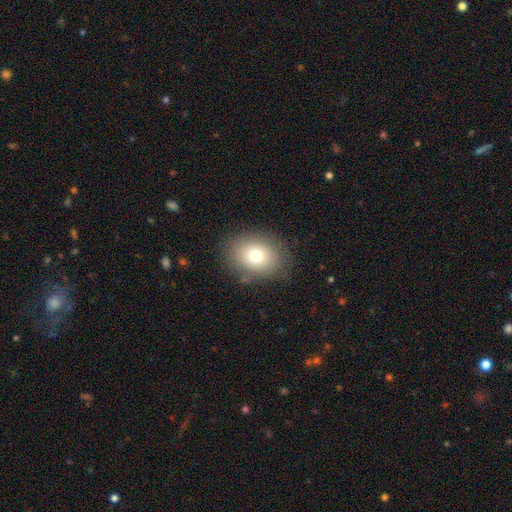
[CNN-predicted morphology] This appears to be a smooth galaxy with no disk features (74%) that is in between round and cigar-shaped (50%). Merging: none (82%).